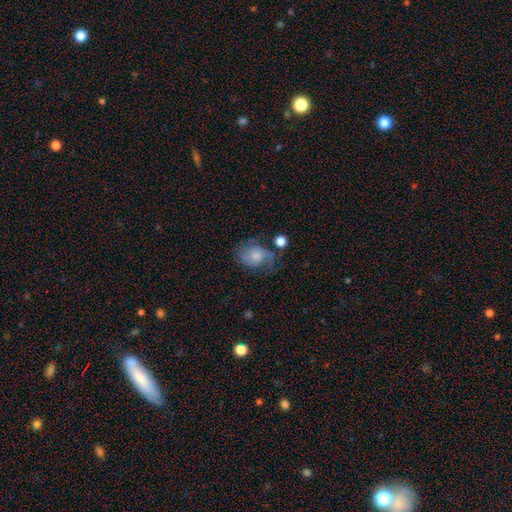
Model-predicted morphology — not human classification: Smooth or featured?
  - smooth: 55% *
  - featured or disk: 36%
  - star or artifact: 9%
How rounded?
  - in between: 57% *
  - round: 42%
  - cigar-shaped: 1%
Merging?
  - none: 45% *
  - minor disturbance: 29%
  - major disturbance: 20%
  - merger: 7%